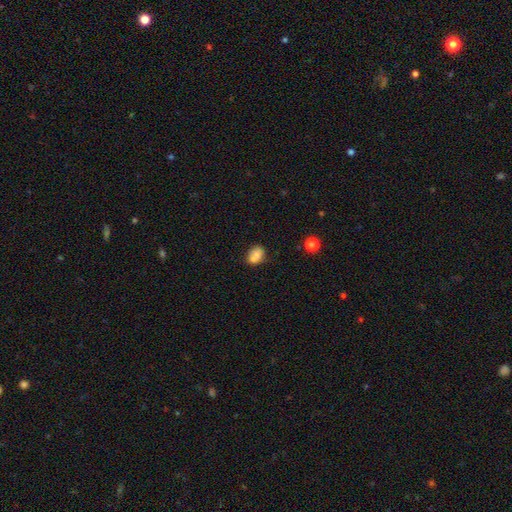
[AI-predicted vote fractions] Overall: smooth (76%). How rounded: in between (65%; round 34%). Merging: none (55%; merger 23%).